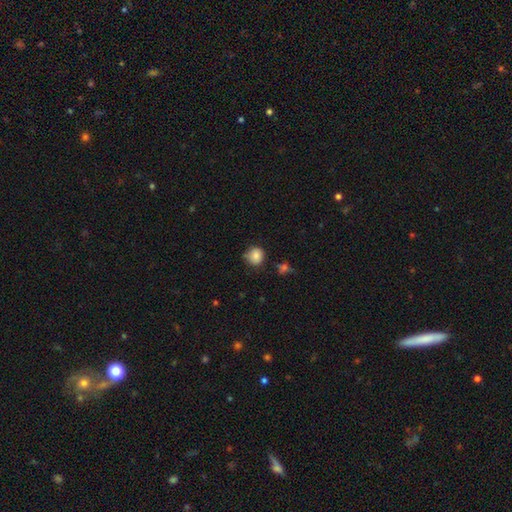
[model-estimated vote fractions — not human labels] Smooth or featured: smooth — 84% (star or artifact — 10%)
How rounded: round — 88% (in between — 11%)
Merging: none — 71% (minor disturbance — 22%)